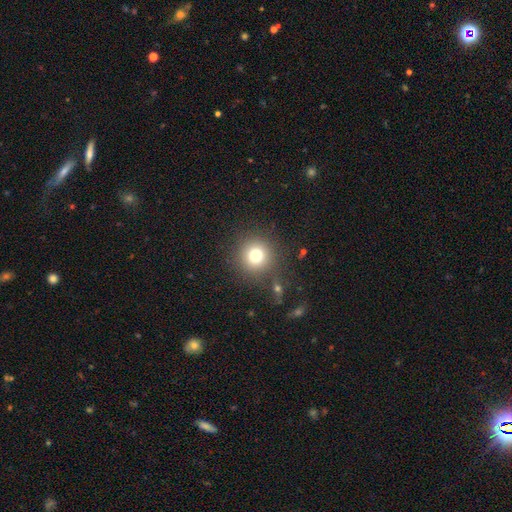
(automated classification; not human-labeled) smooth_or_featured: smooth (p=0.76) [alt: star or artifact p=0.15]
how_rounded: round (p=0.94) [alt: in between p=0.05]
merging: none (p=0.85) [alt: minor disturbance p=0.08]